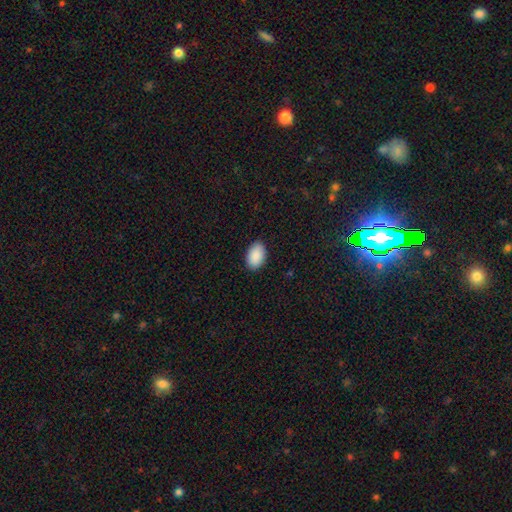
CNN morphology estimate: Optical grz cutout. It shows a smooth galaxy with no disk features (91%) that is in between round and cigar-shaped (92%). Merging: none (88%).